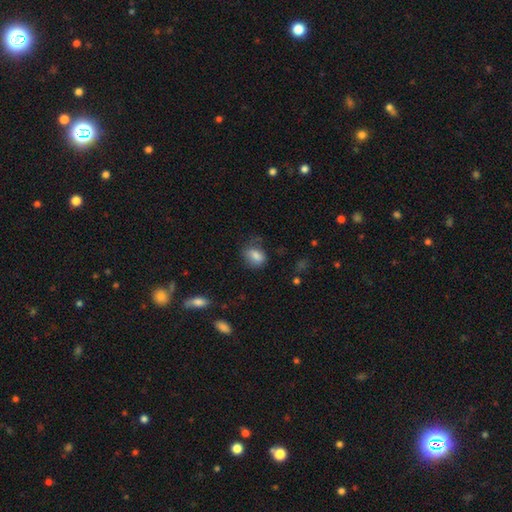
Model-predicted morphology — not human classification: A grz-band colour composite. It shows a smooth galaxy with no disk features (82%) that is in between round and cigar-shaped (67%). Merging: none (61%).